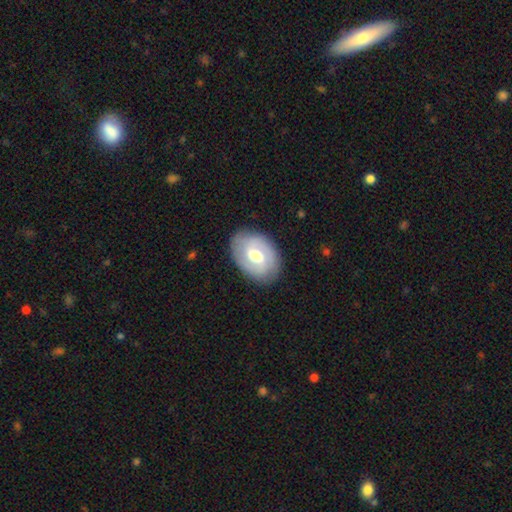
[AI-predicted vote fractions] Smooth or featured? featured or disk (60%)
Edge-on disk? no (95%)
Bar? weak (54%)
Spiral arms? yes (71%)
Bulge size? moderate (72%)
Merging? none (83%)